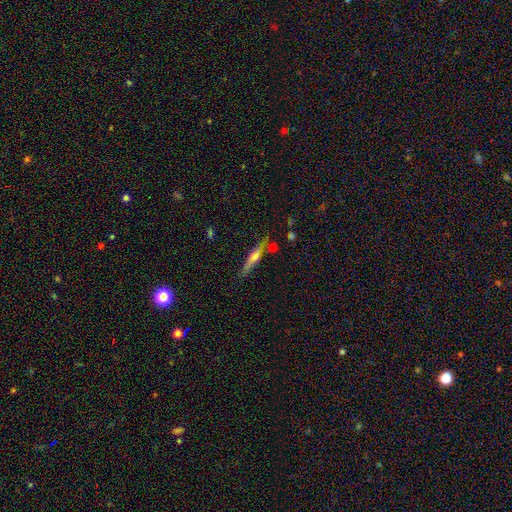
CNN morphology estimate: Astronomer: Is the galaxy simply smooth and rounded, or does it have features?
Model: featured or disk — 61%.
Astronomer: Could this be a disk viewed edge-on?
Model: yes — 95%.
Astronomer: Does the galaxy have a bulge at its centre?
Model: rounded — 81%.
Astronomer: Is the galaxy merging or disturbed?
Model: none — 77%.